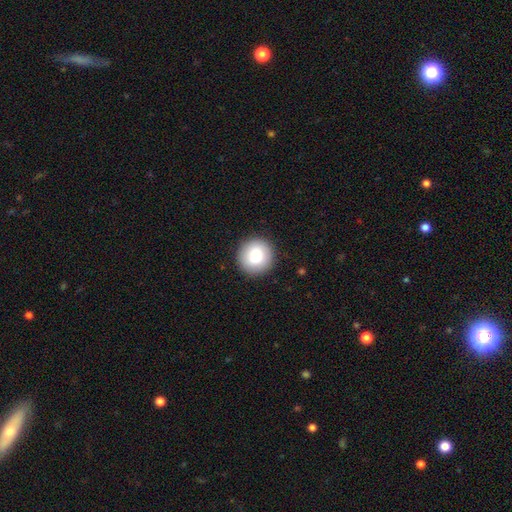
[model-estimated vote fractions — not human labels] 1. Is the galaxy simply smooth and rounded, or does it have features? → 85% smooth, 8% star or artifact, 7% featured or disk.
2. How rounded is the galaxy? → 93% round, 6% in between, 1% cigar-shaped.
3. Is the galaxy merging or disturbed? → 90% none, 6% minor disturbance, 2% major disturbance, 1% merger.